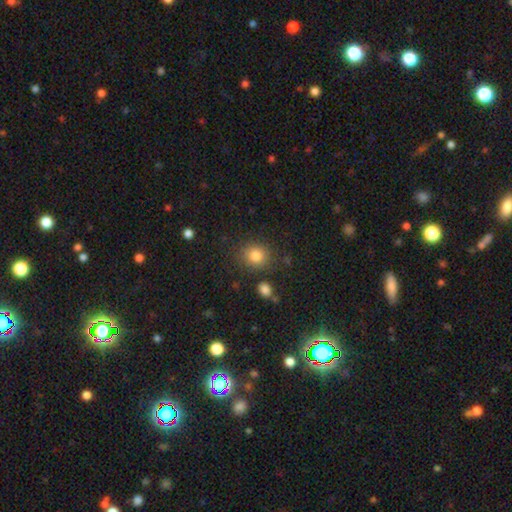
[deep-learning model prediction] Smooth or featured: smooth — 83% (star or artifact — 11%)
How rounded: round — 77% (in between — 22%)
Merging: none — 83% (minor disturbance — 10%)